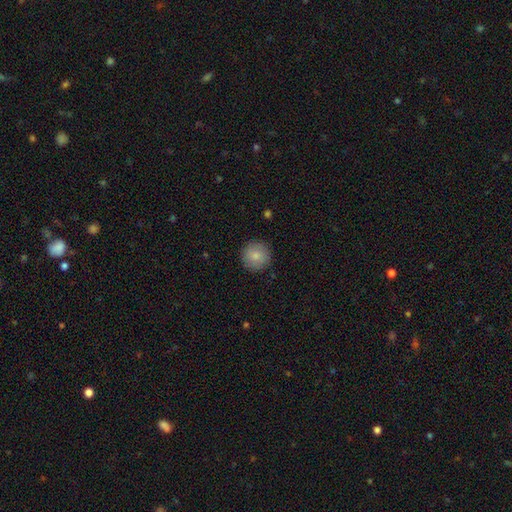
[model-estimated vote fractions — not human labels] Smooth or featured?
  - smooth: 84% *
  - featured or disk: 8%
  - star or artifact: 7%
How rounded?
  - round: 95% *
  - in between: 4%
  - cigar-shaped: 1%
Merging?
  - none: 90% *
  - minor disturbance: 7%
  - major disturbance: 2%
  - merger: 1%